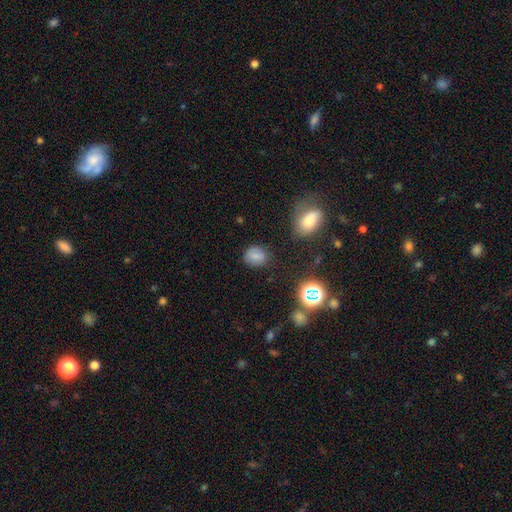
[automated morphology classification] A smooth galaxy with no disk features (75%) that is round (56%). Merging: none (78%).